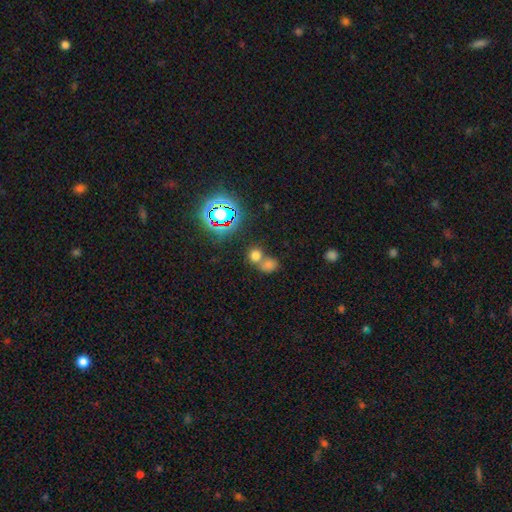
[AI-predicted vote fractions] Overall: smooth (68%). How rounded: round (71%). Merging: merger (54%; none 37%).